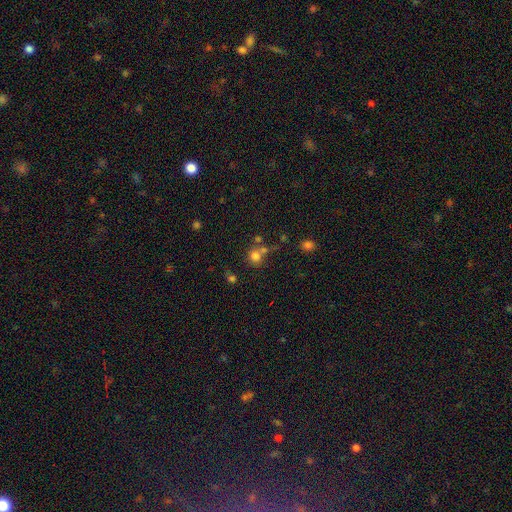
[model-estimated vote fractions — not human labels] Morphology: type=smooth (76%); roundness=round (84%); merging=none (54%).